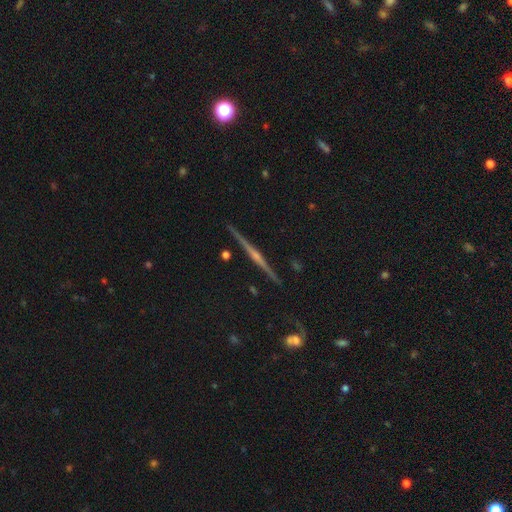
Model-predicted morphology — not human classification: Overall: featured or disk (85%). Edge-on disk: yes (98%). Edge-on bulge: rounded (78%). Merging: none (91%).